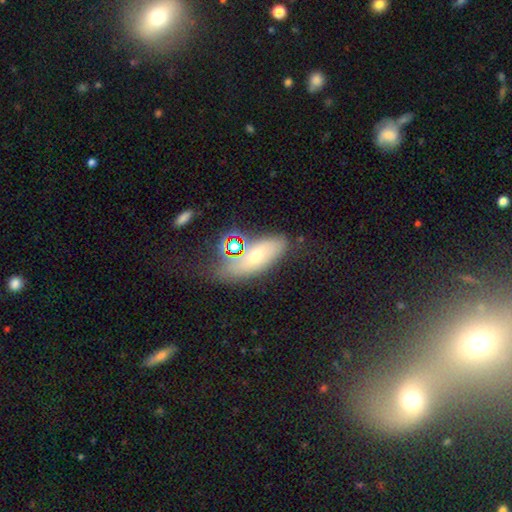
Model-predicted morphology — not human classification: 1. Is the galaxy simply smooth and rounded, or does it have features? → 54% smooth, 28% featured or disk, 18% star or artifact.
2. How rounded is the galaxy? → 80% in between, 14% cigar-shaped, 6% round.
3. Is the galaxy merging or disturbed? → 58% none, 22% minor disturbance, 12% major disturbance, 8% merger.